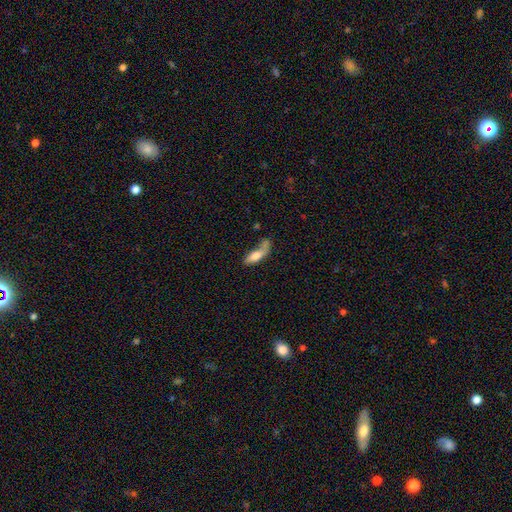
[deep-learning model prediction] Smooth or featured? smooth (68%)
How rounded? in between (55%)
Merging? none (32%)